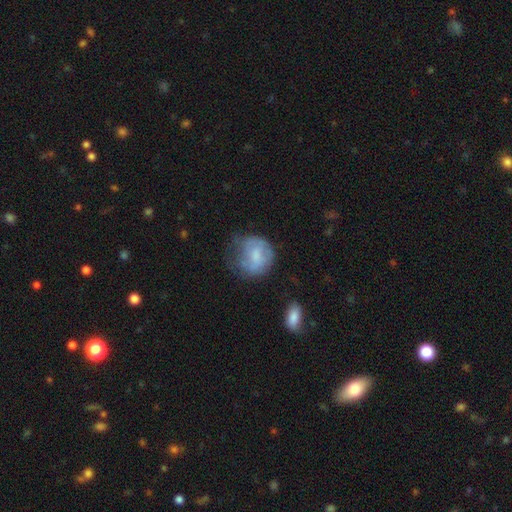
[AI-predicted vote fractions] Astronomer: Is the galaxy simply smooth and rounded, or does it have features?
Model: smooth — 61%.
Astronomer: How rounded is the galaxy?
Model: round — 73%.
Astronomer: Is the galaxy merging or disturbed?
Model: none — 45% (runner-up: minor disturbance, 32%).